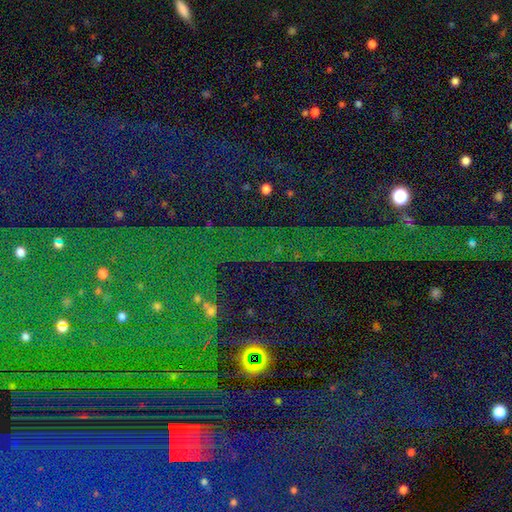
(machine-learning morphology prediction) Overall: star or artifact (82%).